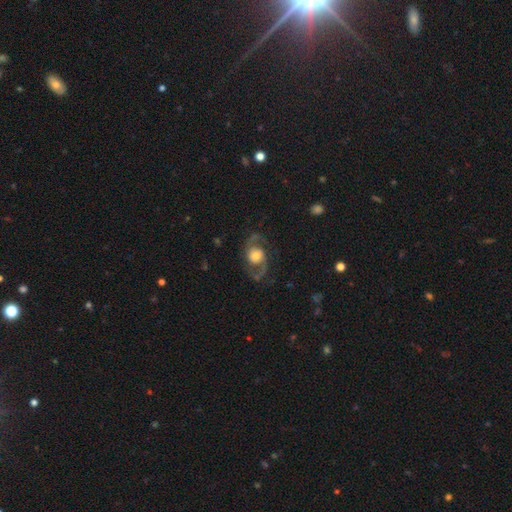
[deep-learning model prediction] A featured or disk galaxy (81%) with no bar (69%), 2 (93%) medium (51%) spiral arms (92%) and a moderate central bulge (39%). Merging: none (76%).